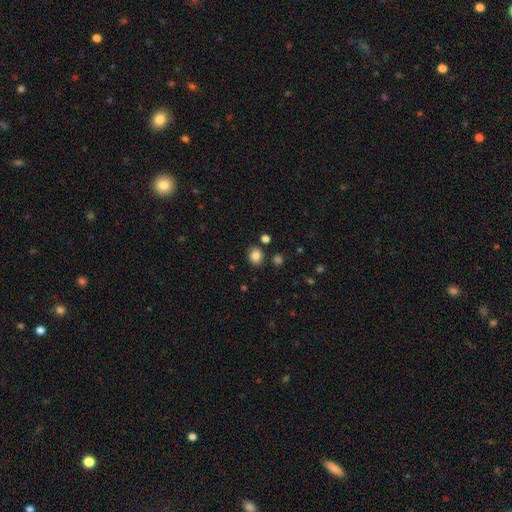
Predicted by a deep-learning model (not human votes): The model was most divided on "how rounded": round: 65%, in between: 34%, cigar-shaped: 1%. More confident: merging — none (85%); smooth or featured — smooth (84%).